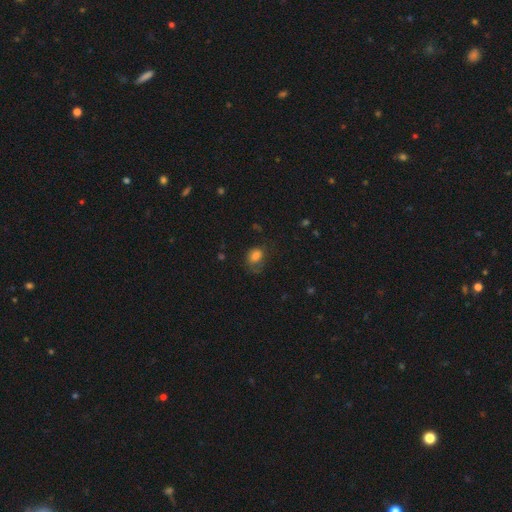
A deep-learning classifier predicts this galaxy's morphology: smooth-or-featured: smooth: 74% | featured or disk: 15% | star or artifact: 11%
  how-rounded: in between: 60% | round: 39% | cigar-shaped: 1%
  merging: none: 48% | minor disturbance: 26% | major disturbance: 24% | merger: 2%